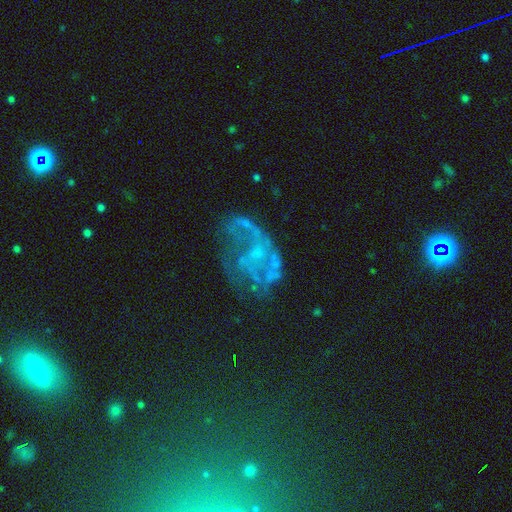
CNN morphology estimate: Overall: featured or disk (59%; star or artifact 26%). Edge-on disk: no (97%). Bar: no (78%). Spiral arms: yes (57%; no 43%). Bulge size: small (44%; none 43%). Merging: none (45%; major disturbance 30%).